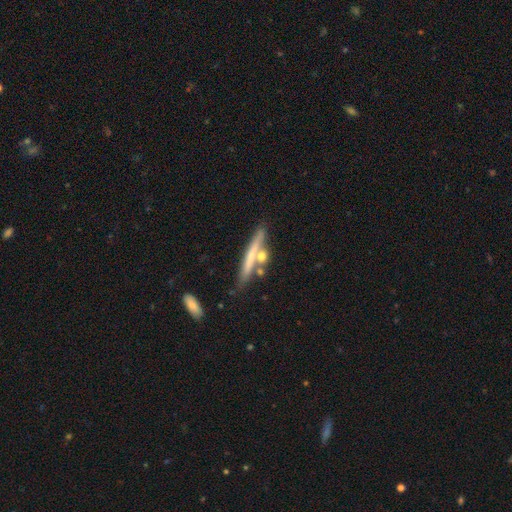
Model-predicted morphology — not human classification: Q: Smooth or featured?
A: featured or disk (50%); runner-up: smooth (42%)
Q: Edge-on disk?
A: yes (91%); runner-up: no (9%)
Q: Merging?
A: none (68%); runner-up: merger (16%)